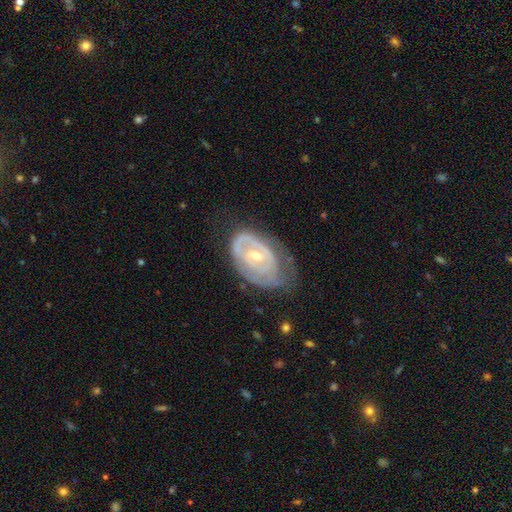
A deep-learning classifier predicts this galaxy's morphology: smooth-or-featured: featured or disk: 76% | smooth: 19% | star or artifact: 5%
  disk-edge-on: no: 95% | yes: 5%
    bar: no: 58% | weak: 32% | strong: 10%
    has-spiral-arms: yes: 69% | no: 31%
    bulge-size: small: 52% | moderate: 45% | large: 2% | none: 1% | dominant: 1%
  merging: none: 50% | minor disturbance: 30% | major disturbance: 19% | merger: 2%